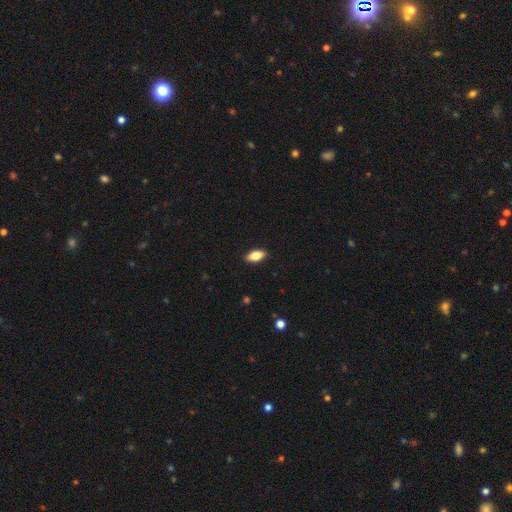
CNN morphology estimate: Q: Smooth or featured?
A: smooth (79%); runner-up: featured or disk (14%)
Q: How rounded?
A: in between (87%); runner-up: cigar-shaped (10%)
Q: Merging?
A: none (89%); runner-up: minor disturbance (9%)